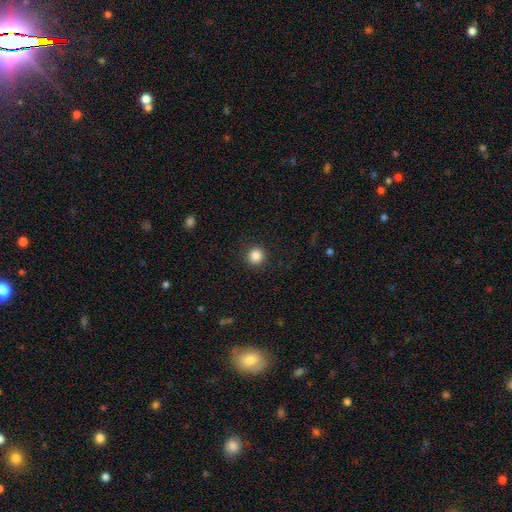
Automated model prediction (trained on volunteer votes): smooth-or-featured: smooth: 86% | star or artifact: 10% | featured or disk: 4%
  how-rounded: round: 95% | in between: 4% | cigar-shaped: 1%
  merging: none: 91% | minor disturbance: 5% | major disturbance: 2% | merger: 1%